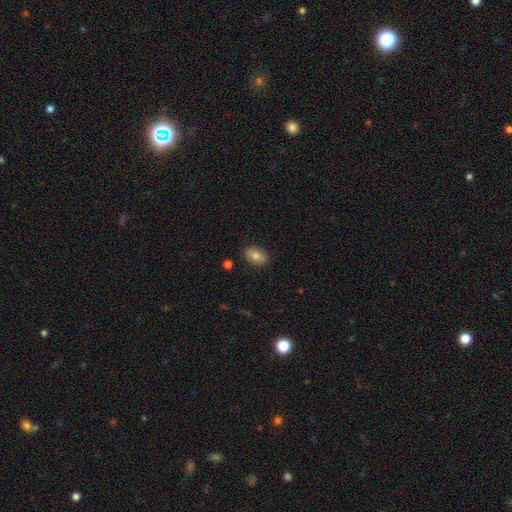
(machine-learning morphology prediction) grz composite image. It shows a smooth galaxy with no disk features (79%) that is in between round and cigar-shaped (82%). Merging: none (86%).